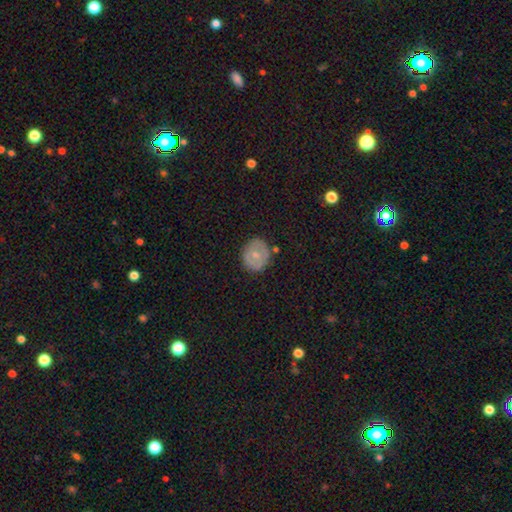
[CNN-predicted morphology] Smooth or featured? smooth (59%)
How rounded? round (77%)
Merging? none (81%)